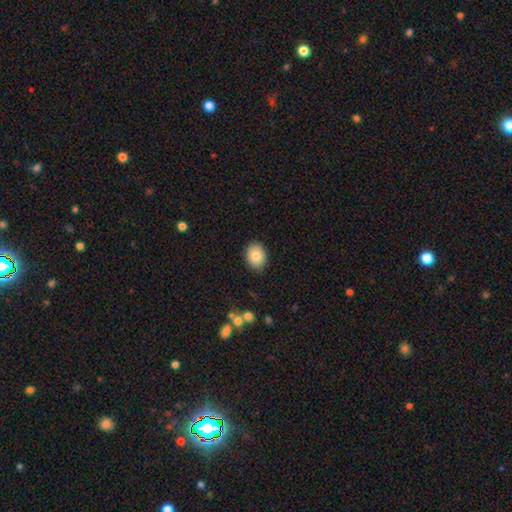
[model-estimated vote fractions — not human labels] Morphology: type=smooth (82%); roundness=in between (61%); merging=none (88%).